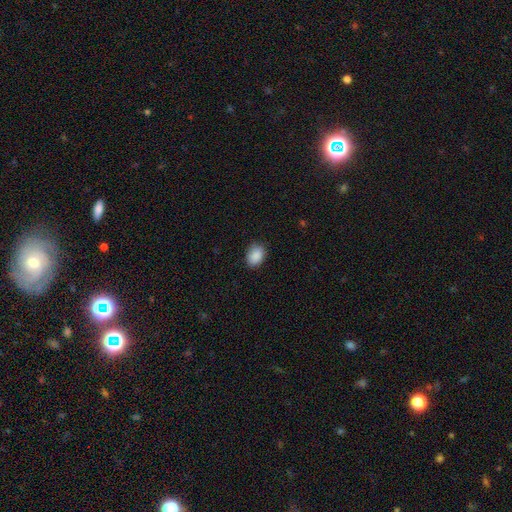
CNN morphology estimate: The model was most divided on "how rounded": in between: 72%, round: 27%, cigar-shaped: 1%. More confident: smooth or featured — smooth (89%); merging — none (83%).